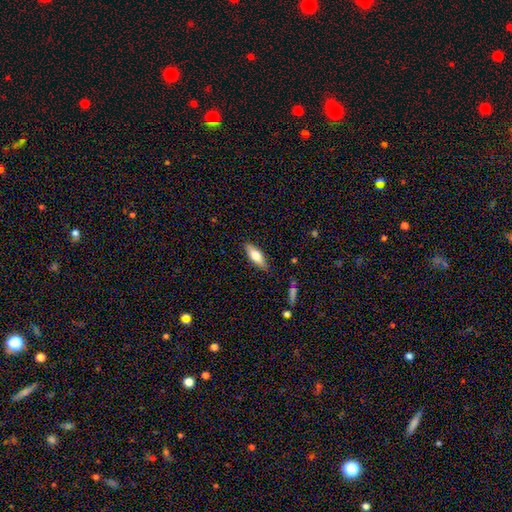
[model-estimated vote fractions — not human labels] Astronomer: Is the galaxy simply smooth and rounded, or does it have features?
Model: smooth — 72%.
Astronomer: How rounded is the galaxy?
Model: in between — 66%.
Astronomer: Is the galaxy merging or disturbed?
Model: none — 83%.